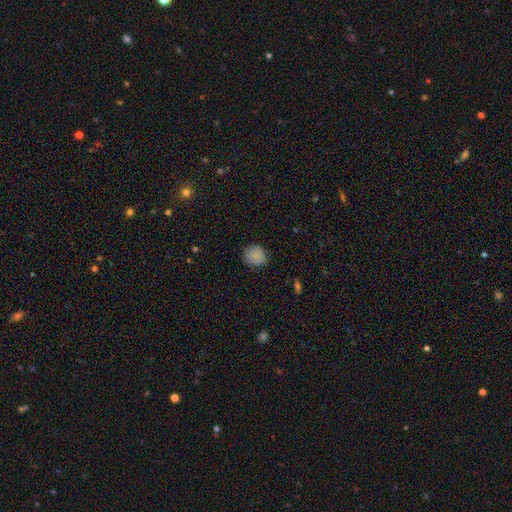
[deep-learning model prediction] smooth-or-featured: smooth: 82% | star or artifact: 11% | featured or disk: 7%
  how-rounded: round: 76% | in between: 23% | cigar-shaped: 1%
  merging: none: 79% | minor disturbance: 17% | major disturbance: 3% | merger: 1%